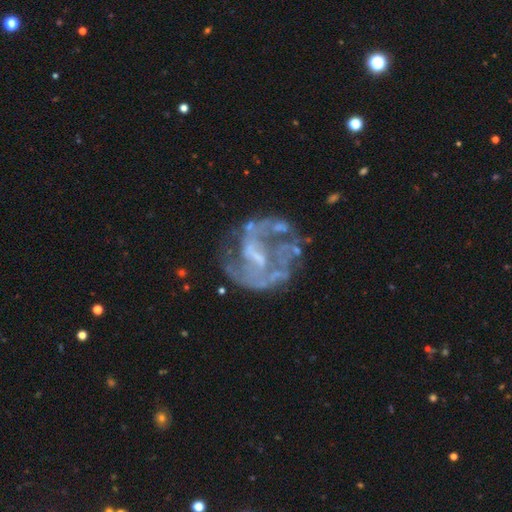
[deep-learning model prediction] A featured or disk galaxy (79%) with a weak bar (42%), medium (41%) spiral arms (66%) and a small central bulge (41%). Merging: none (54%).